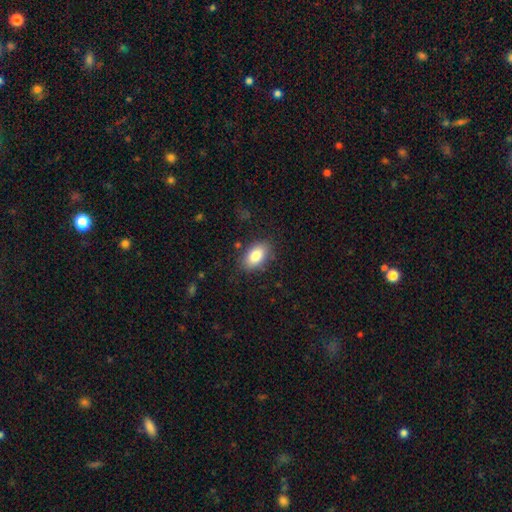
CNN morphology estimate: Smooth or featured: smooth — 84% (featured or disk — 9%)
How rounded: in between — 91% (round — 7%)
Merging: none — 83% (minor disturbance — 12%)